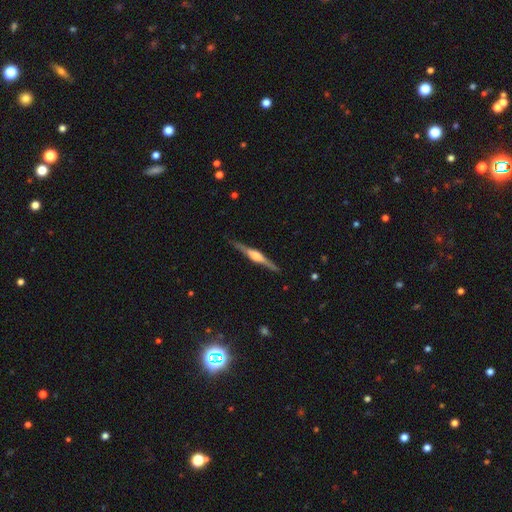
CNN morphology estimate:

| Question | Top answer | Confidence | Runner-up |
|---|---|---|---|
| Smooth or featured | featured or disk | 81% | smooth (14%) |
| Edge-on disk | yes | 98% | no (2%) |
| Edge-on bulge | rounded | 81% | boxy (15%) |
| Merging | none | 89% | minor disturbance (8%) |